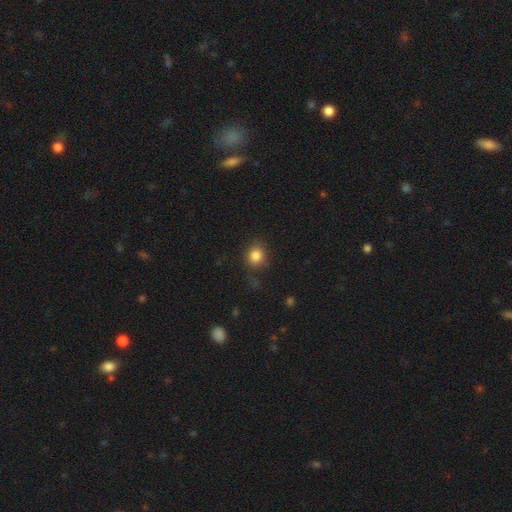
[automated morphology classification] smooth-or-featured: smooth: 83% | star or artifact: 11% | featured or disk: 5%
  how-rounded: round: 76% | in between: 23% | cigar-shaped: 1%
  merging: none: 79% | minor disturbance: 14% | major disturbance: 5% | merger: 2%